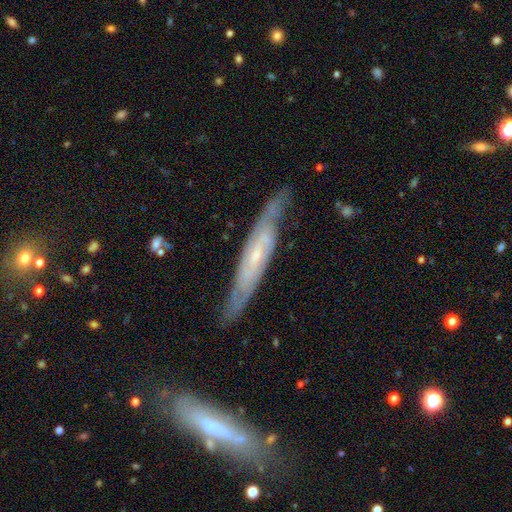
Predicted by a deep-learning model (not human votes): A featured or disk galaxy (77%). Merging: none (76%).